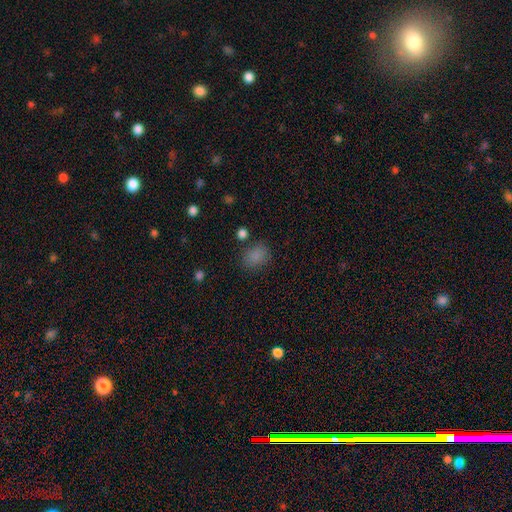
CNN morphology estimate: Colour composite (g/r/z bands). It shows a smooth galaxy with no disk features (83%) that is in between round and cigar-shaped (51%). Merging: none (77%).